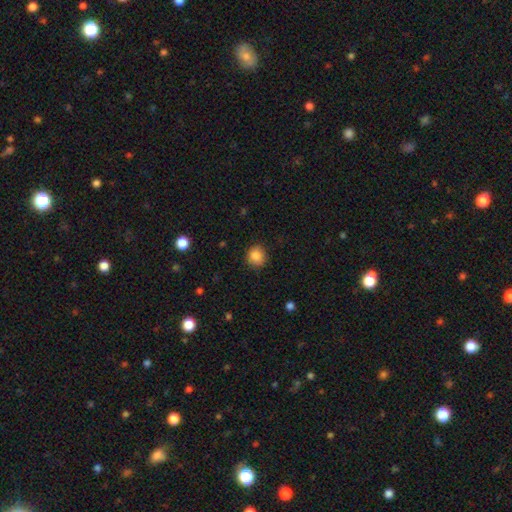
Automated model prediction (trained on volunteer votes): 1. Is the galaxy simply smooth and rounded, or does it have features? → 87% smooth, 9% star or artifact, 4% featured or disk.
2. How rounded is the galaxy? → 88% round, 11% in between, 1% cigar-shaped.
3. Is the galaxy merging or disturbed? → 85% none, 11% minor disturbance, 3% major disturbance, 1% merger.